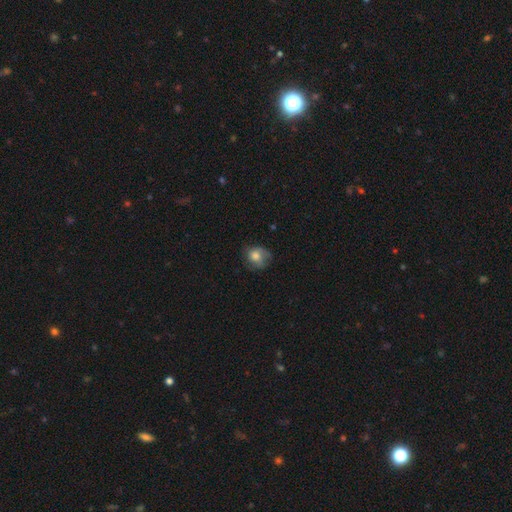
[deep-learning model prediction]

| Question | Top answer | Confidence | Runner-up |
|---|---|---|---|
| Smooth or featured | smooth | 71% | featured or disk (20%) |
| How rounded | round | 65% | in between (34%) |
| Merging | none | 54% | minor disturbance (29%) |